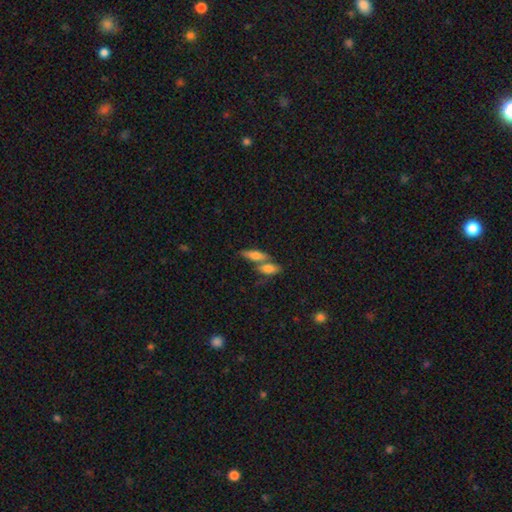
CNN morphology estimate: Smooth or featured? Predicted: smooth (p=0.68). How rounded? Predicted: in between (p=0.62). Merging? Predicted: merger (p=0.51).